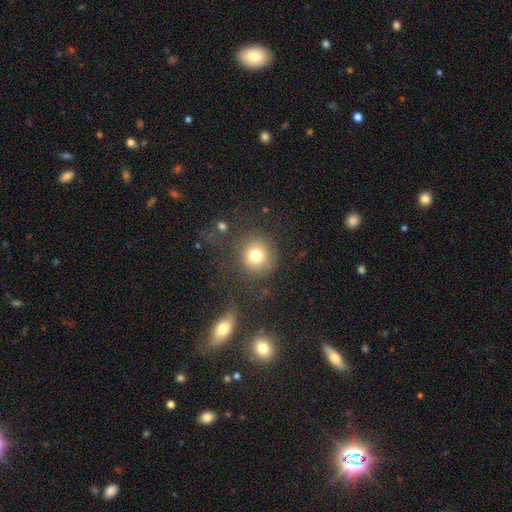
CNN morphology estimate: Smooth or featured? smooth (77%)
How rounded? round (88%)
Merging? none (78%)